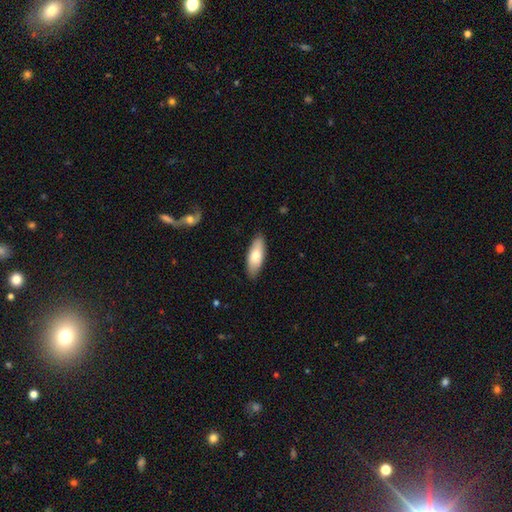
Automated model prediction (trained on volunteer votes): Overall: smooth (75%). How rounded: in between (73%). Merging: none (86%).